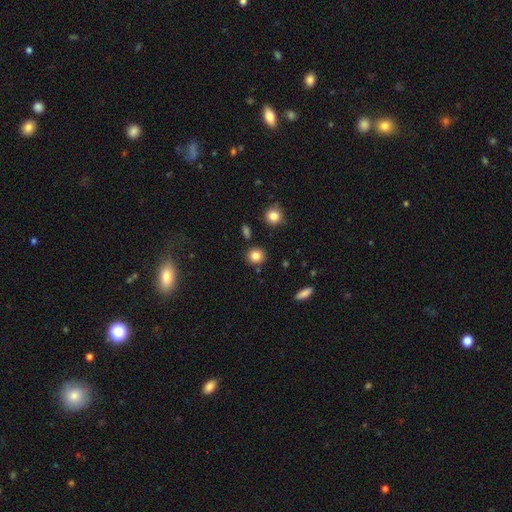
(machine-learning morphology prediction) Q: Smooth or featured?
A: smooth (84%); runner-up: star or artifact (11%)
Q: How rounded?
A: round (85%); runner-up: in between (14%)
Q: Merging?
A: none (86%); runner-up: minor disturbance (8%)